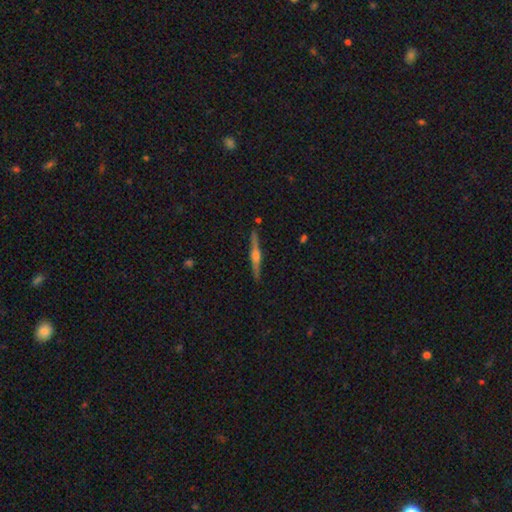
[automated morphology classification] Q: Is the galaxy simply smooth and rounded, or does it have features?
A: featured or disk — 77%.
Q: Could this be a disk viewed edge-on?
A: yes — 98%.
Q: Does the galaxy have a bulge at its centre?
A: rounded — 91%.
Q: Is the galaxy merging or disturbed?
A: none — 90%.